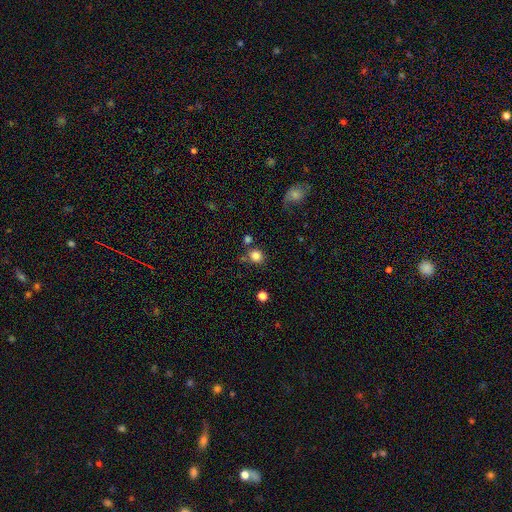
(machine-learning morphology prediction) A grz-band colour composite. It shows a smooth galaxy with no disk features (83%) that is round (79%). Merging: none (73%).